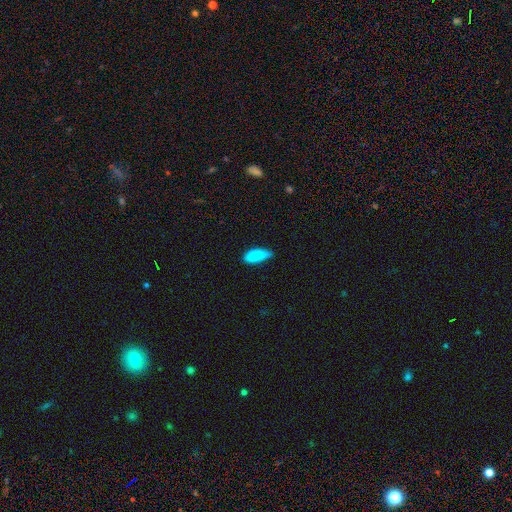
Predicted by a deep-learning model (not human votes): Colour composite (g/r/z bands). It shows a smooth galaxy with no disk features (88%) that is in between round and cigar-shaped (81%). Merging: none (56%).